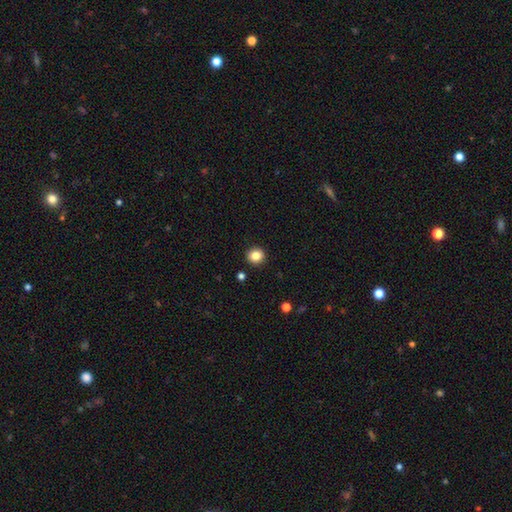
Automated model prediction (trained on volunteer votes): Smooth or featured? smooth (84%)
How rounded? round (89%)
Merging? none (92%)